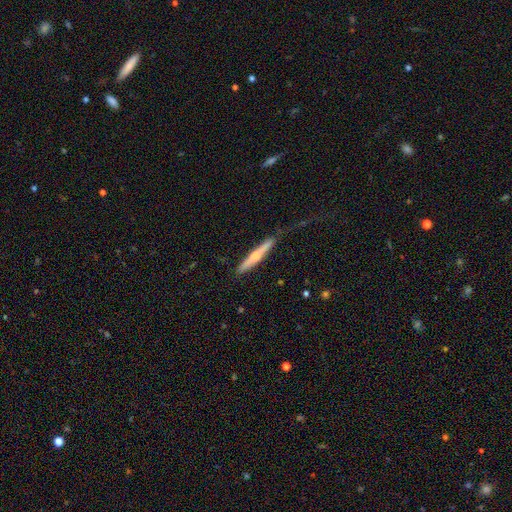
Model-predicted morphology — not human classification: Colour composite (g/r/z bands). It shows a featured or disk galaxy (50%). Merging: none (81%).